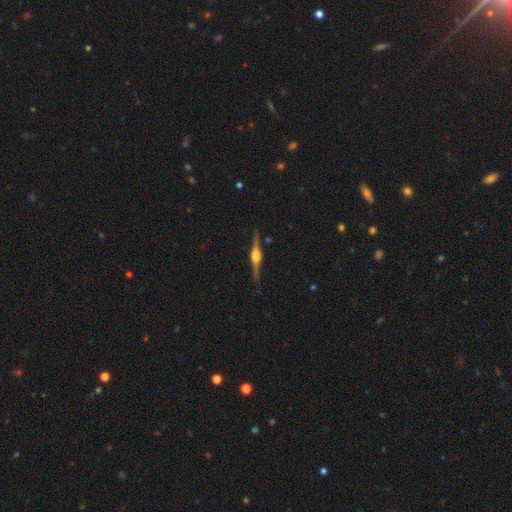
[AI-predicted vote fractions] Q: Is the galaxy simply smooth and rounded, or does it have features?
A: featured or disk — 86%.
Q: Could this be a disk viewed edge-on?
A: yes — 98%.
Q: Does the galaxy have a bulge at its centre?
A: rounded — 89%.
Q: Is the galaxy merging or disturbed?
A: none — 89%.